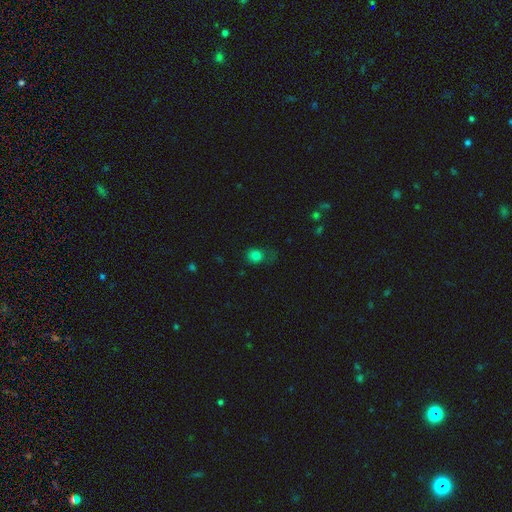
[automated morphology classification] This is likely a smooth galaxy (78%). How rounded: likely round (61%). Merging: possibly none (51%).